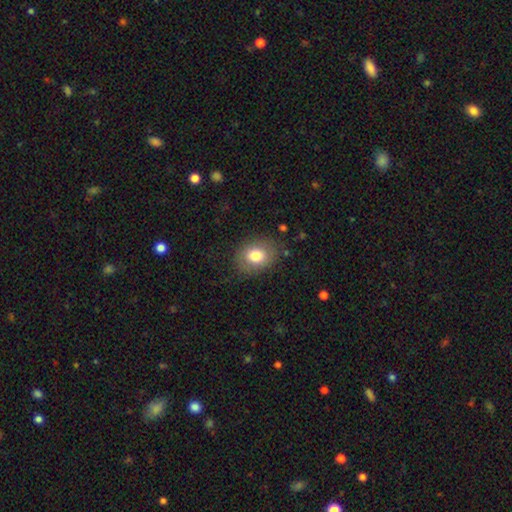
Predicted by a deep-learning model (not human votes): Smooth or featured: smooth — 78% (featured or disk — 13%)
How rounded: in between — 55% (round — 44%)
Merging: none — 79% (minor disturbance — 14%)